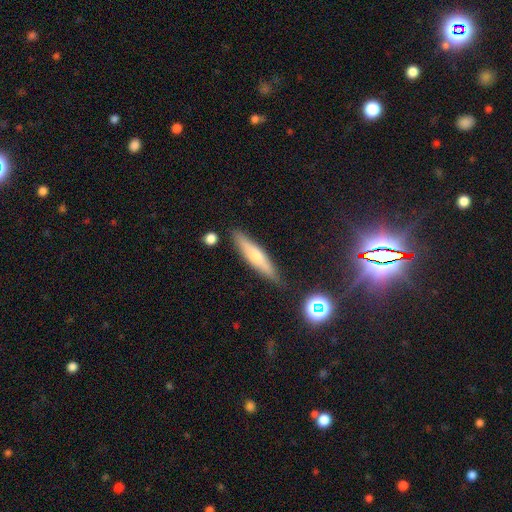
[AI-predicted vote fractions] Smooth or featured? smooth (55%)
How rounded? cigar-shaped (83%)
Merging? none (84%)